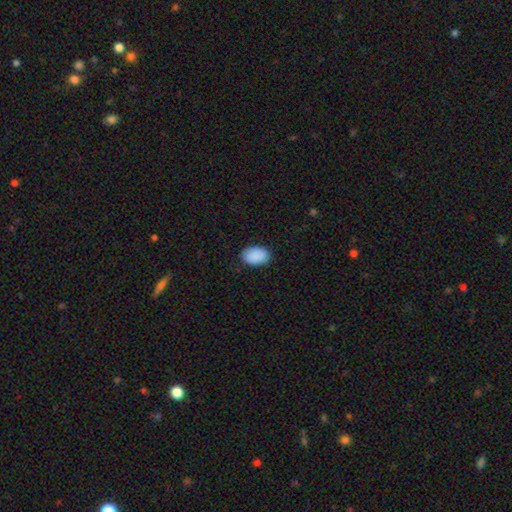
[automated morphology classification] smooth-or-featured: smooth: 91% | star or artifact: 7% | featured or disk: 3%
  how-rounded: in between: 89% | round: 10% | cigar-shaped: 1%
  merging: none: 86% | minor disturbance: 11% | major disturbance: 2% | merger: 1%